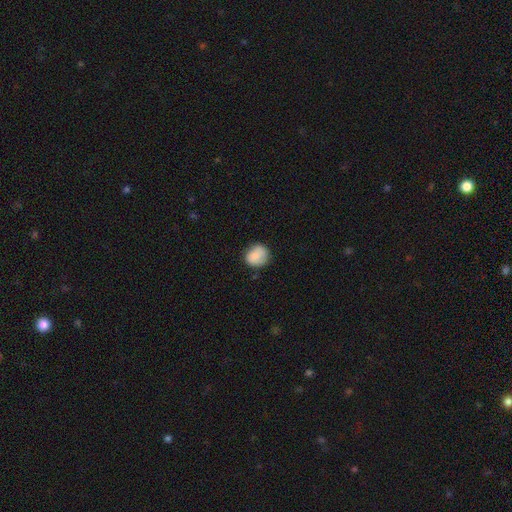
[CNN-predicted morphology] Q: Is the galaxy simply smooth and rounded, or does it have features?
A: smooth — 79%.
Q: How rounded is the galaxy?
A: round — 77%.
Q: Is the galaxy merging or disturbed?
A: none — 72%.